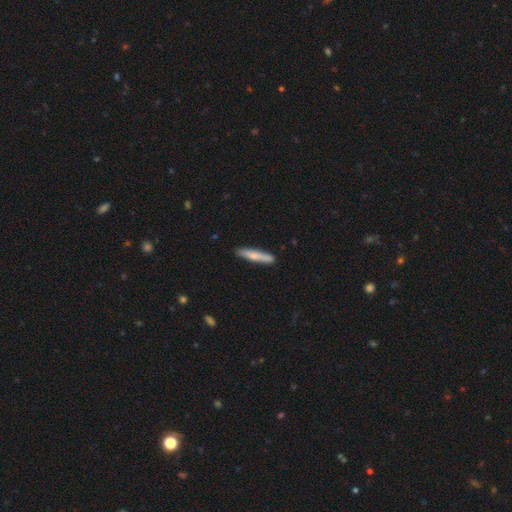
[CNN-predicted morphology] A smooth galaxy with no disk features (72%) that is cigar-shaped (92%).

Vote fractions:
- Smooth or featured? smooth: 72% / featured or disk: 23% / star or artifact: 5%
- How rounded? cigar-shaped: 92% / in between: 7% / round: 1%
- Merging? none: 86% / minor disturbance: 11% / merger: 2% / major disturbance: 2%